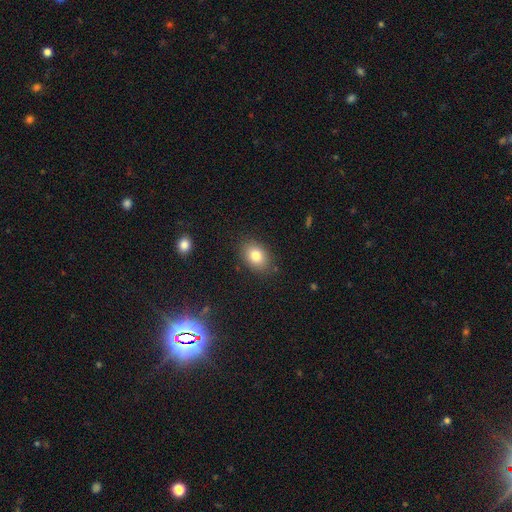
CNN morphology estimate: smooth-or-featured: smooth: 81% | featured or disk: 10% | star or artifact: 9%
  how-rounded: in between: 75% | round: 24% | cigar-shaped: 1%
  merging: none: 85% | minor disturbance: 11% | major disturbance: 3% | merger: 2%